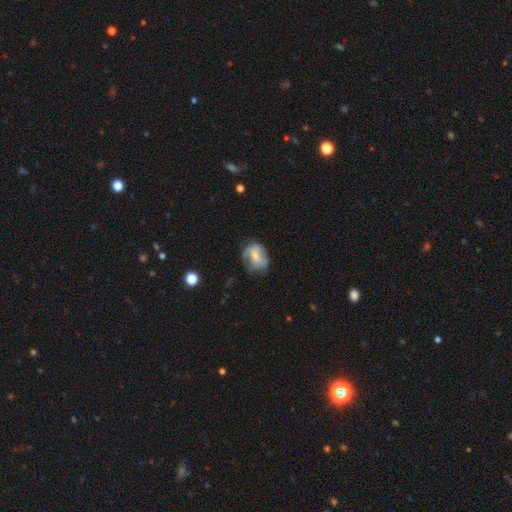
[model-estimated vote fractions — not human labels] This is possibly a smooth galaxy (51%). How rounded: possibly in between (57%). Merging: possibly none (49%).